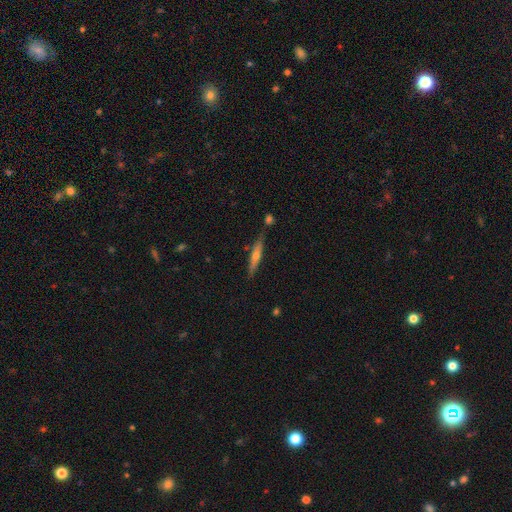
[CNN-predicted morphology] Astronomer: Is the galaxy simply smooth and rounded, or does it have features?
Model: featured or disk — 55% (runner-up: smooth, 38%).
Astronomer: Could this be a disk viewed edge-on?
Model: yes — 93%.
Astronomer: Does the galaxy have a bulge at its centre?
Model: rounded — 78%.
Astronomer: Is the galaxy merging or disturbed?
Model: none — 80%.